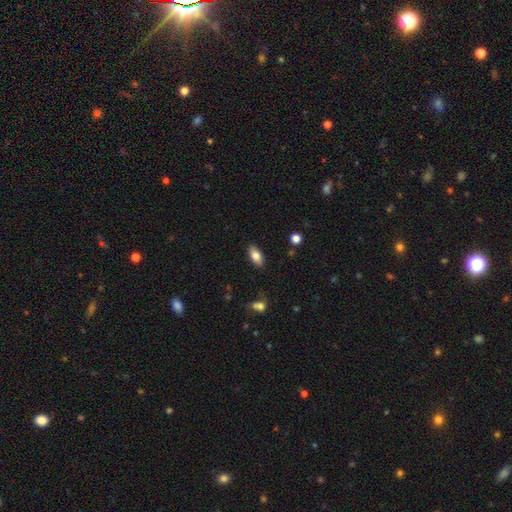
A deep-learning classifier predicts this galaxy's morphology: This is likely a smooth galaxy (80%). How rounded: clearly in between (89%). Merging: clearly none (87%).